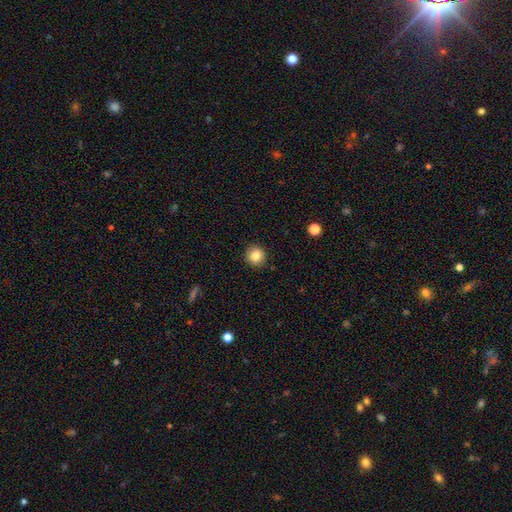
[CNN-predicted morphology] smooth-or-featured: smooth: 84% | star or artifact: 10% | featured or disk: 6%
  how-rounded: round: 92% | in between: 7% | cigar-shaped: 1%
  merging: none: 91% | minor disturbance: 6% | major disturbance: 2% | merger: 1%